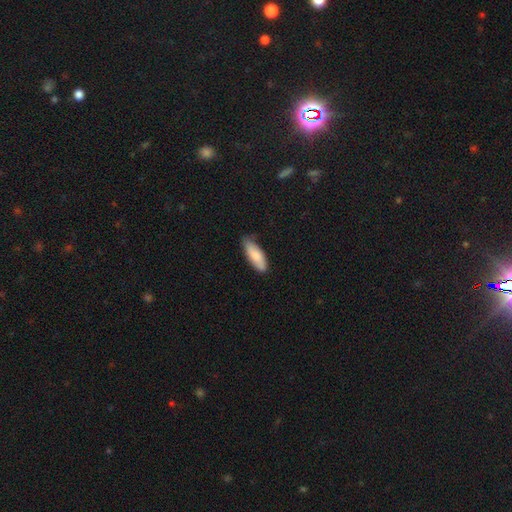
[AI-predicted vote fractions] Smooth or featured?
  - smooth: 82% *
  - featured or disk: 12%
  - star or artifact: 5%
How rounded?
  - in between: 68% *
  - cigar-shaped: 31%
  - round: 2%
Merging?
  - none: 72% *
  - minor disturbance: 24%
  - major disturbance: 3%
  - merger: 1%